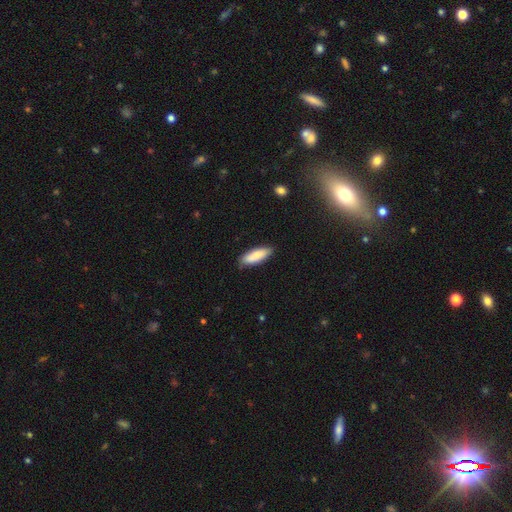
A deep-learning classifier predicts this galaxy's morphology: Overall: smooth (84%). How rounded: in between (54%; cigar-shaped 44%). Merging: none (83%).